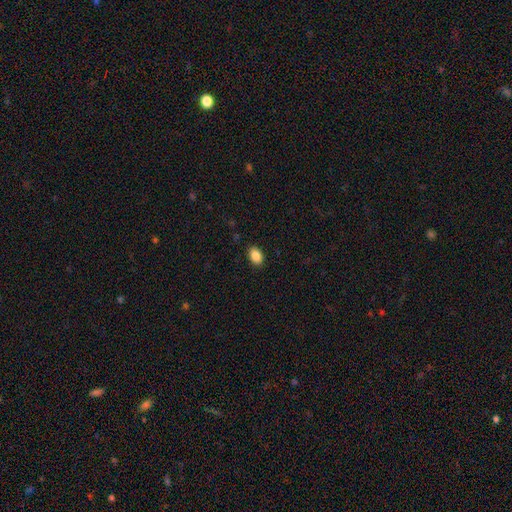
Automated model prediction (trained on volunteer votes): Smooth or featured: smooth — 88% (star or artifact — 8%)
How rounded: in between — 86% (round — 13%)
Merging: none — 89% (minor disturbance — 8%)